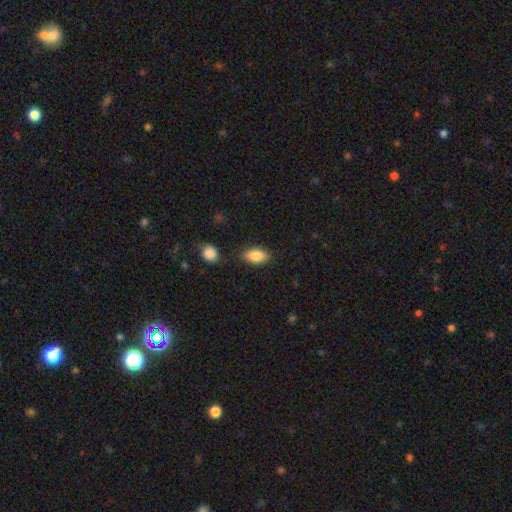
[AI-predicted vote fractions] Smooth or featured?
  - smooth: 85% *
  - featured or disk: 8%
  - star or artifact: 7%
How rounded?
  - in between: 91% *
  - round: 5%
  - cigar-shaped: 4%
Merging?
  - none: 81% *
  - minor disturbance: 12%
  - merger: 4%
  - major disturbance: 3%